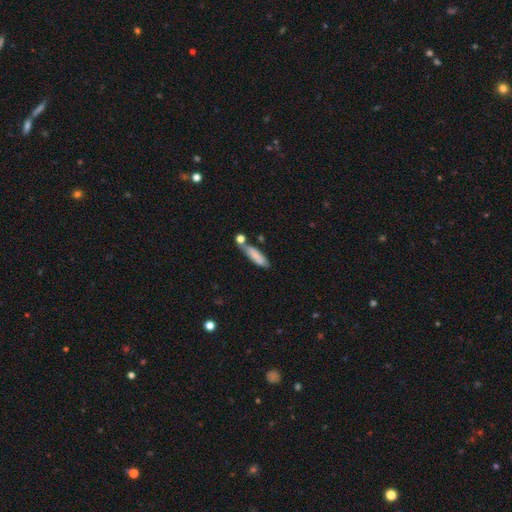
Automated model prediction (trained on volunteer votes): This is likely a smooth galaxy (77%). How rounded: likely cigar-shaped (65%). Merging: possibly none (52%).